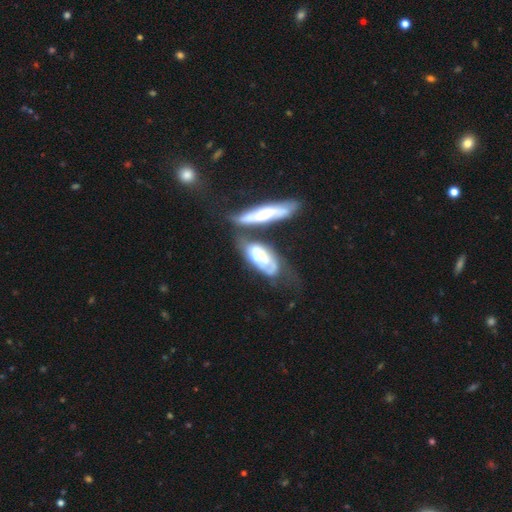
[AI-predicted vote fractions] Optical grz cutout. It shows a featured or disk galaxy (63%) with no bar (76%), spiral arms (52%) and a small central bulge (31%). Merging: merger (47%).